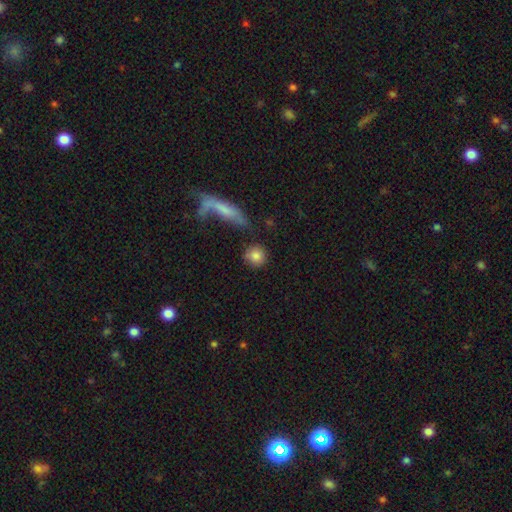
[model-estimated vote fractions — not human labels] Q: Smooth or featured?
A: smooth (83%); runner-up: featured or disk (9%)
Q: How rounded?
A: round (87%); runner-up: in between (10%)
Q: Merging?
A: none (74%); runner-up: minor disturbance (12%)